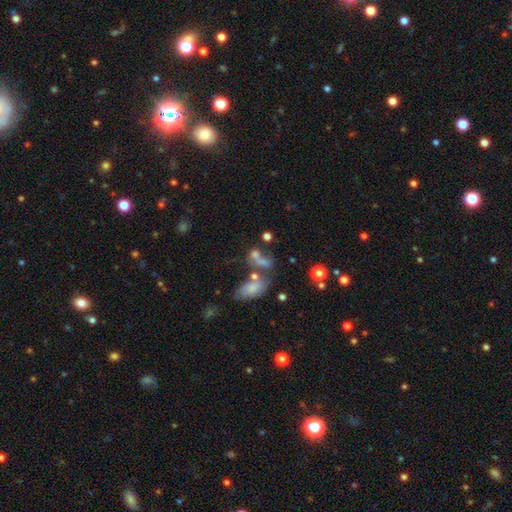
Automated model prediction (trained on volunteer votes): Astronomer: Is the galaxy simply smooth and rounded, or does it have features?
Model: smooth — 51% (runner-up: featured or disk, 26%).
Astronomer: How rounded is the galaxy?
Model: in between — 63%.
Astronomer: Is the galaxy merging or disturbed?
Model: merger — 46% (runner-up: none, 28%).